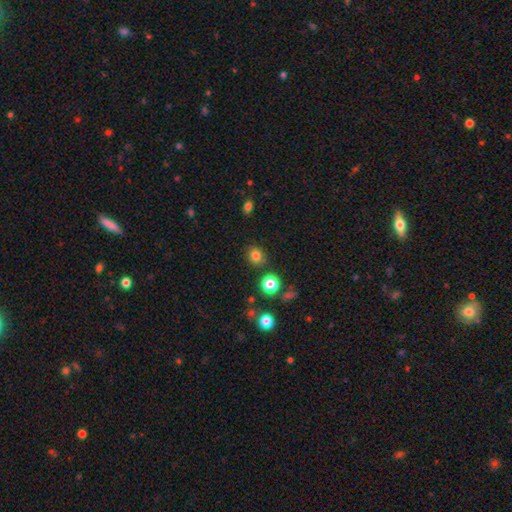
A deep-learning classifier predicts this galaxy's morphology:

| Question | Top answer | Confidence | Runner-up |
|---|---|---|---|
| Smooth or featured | smooth | 81% | star or artifact (14%) |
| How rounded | round | 78% | in between (21%) |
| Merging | none | 84% | minor disturbance (9%) |